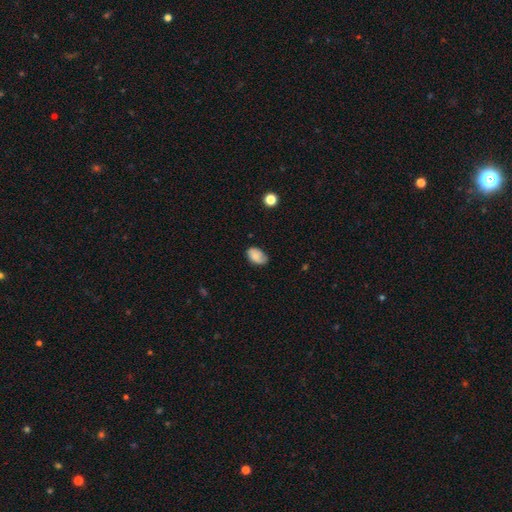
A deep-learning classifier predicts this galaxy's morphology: A smooth galaxy with no disk features (76%) that is in between round and cigar-shaped (90%). Merging: none (67%).